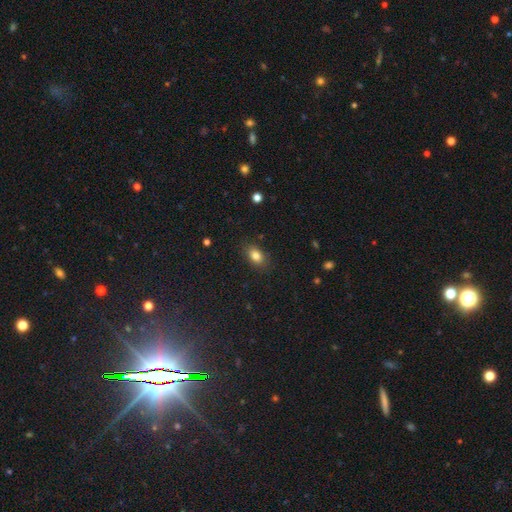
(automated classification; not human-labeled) smooth_or_featured: smooth (p=0.83) [alt: star or artifact p=0.10]
how_rounded: in between (p=0.83) [alt: round p=0.15]
merging: none (p=0.85) [alt: minor disturbance p=0.11]